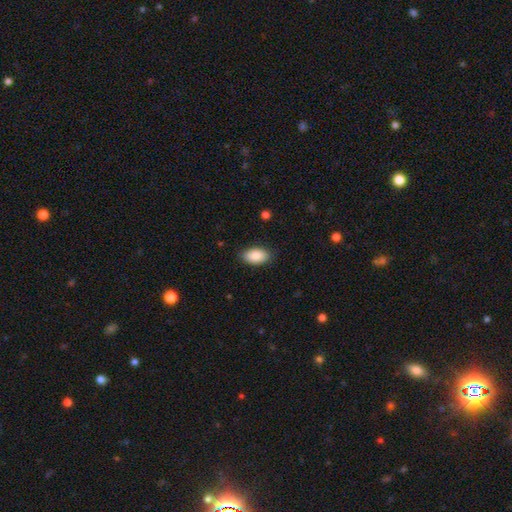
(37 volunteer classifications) Overall: smooth (92%). How rounded: in between (97%). Merging: none (89%).